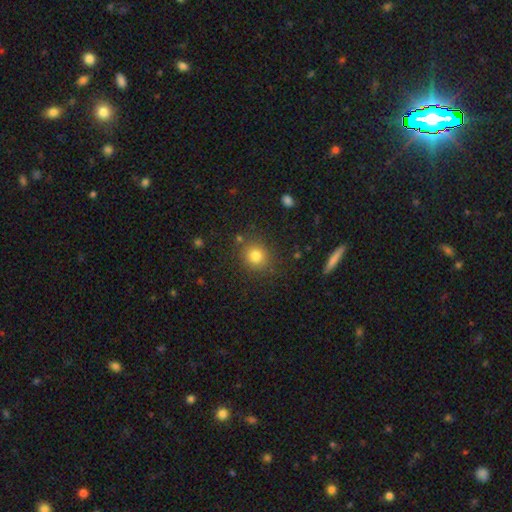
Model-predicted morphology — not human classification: Overall: smooth (81%). How rounded: round (84%). Merging: none (83%).